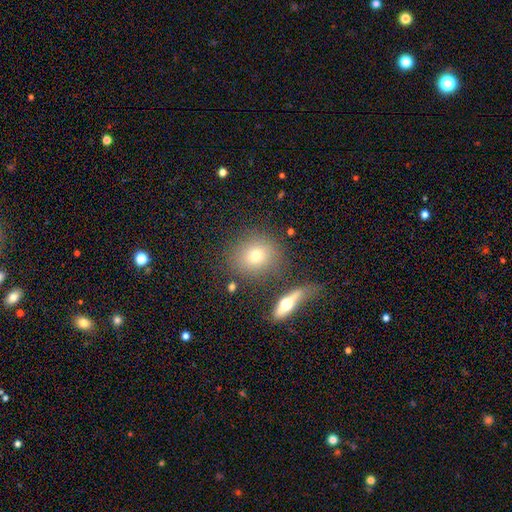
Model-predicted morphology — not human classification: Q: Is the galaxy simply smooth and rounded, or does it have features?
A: smooth — 70%.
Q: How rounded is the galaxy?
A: round — 77%.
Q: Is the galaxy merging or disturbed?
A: none — 77%.